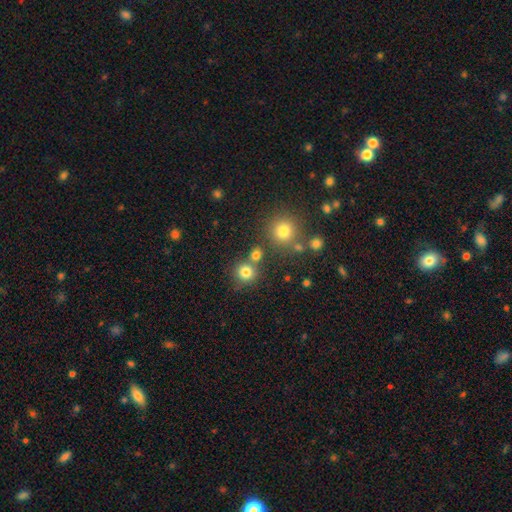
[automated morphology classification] Smooth or featured? Predicted: smooth (p=0.77). How rounded? Predicted: round (p=0.87). Merging? Predicted: none (p=0.71).